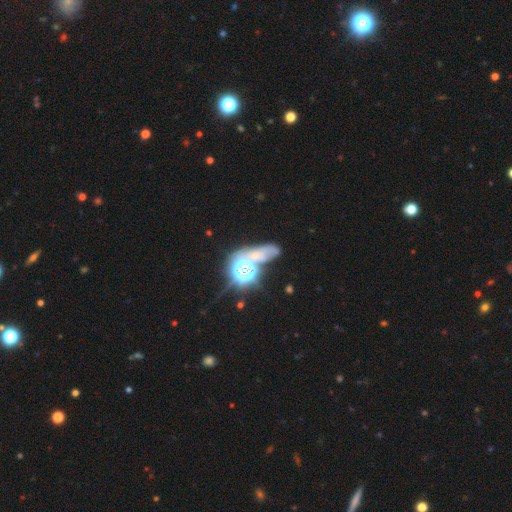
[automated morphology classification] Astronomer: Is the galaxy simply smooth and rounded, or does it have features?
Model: star or artifact — 51% (runner-up: smooth, 30%).